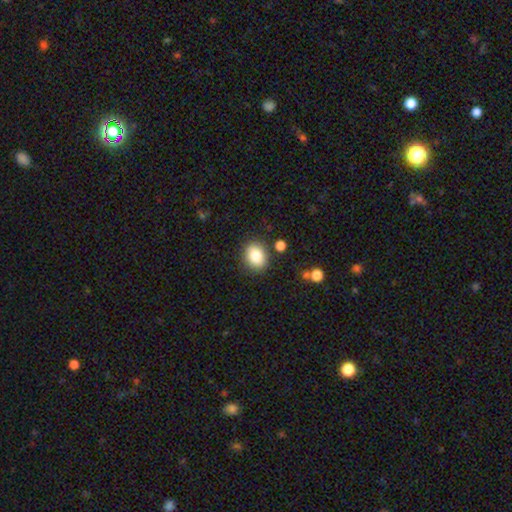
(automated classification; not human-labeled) Smooth or featured?
  - smooth: 83% *
  - star or artifact: 10%
  - featured or disk: 7%
How rounded?
  - round: 54% *
  - in between: 45%
  - cigar-shaped: 1%
Merging?
  - none: 83% *
  - minor disturbance: 10%
  - merger: 4%
  - major disturbance: 3%